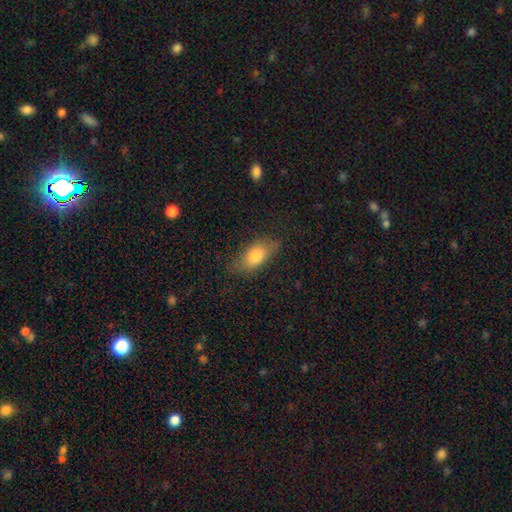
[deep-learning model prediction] smooth_or_featured: smooth (p=0.77) [alt: featured or disk p=0.15]
how_rounded: in between (p=0.86) [alt: cigar-shaped p=0.08]
merging: none (p=0.73) [alt: minor disturbance p=0.20]